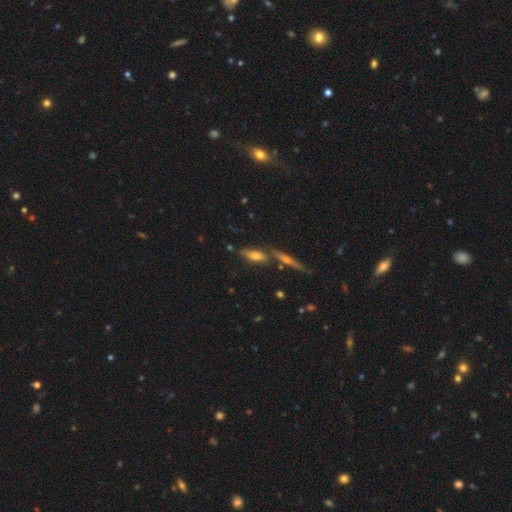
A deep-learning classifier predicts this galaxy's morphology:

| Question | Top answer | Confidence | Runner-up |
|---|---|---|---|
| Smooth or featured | smooth | 50% | featured or disk (39%) |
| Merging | none | 62% | merger (20%) |